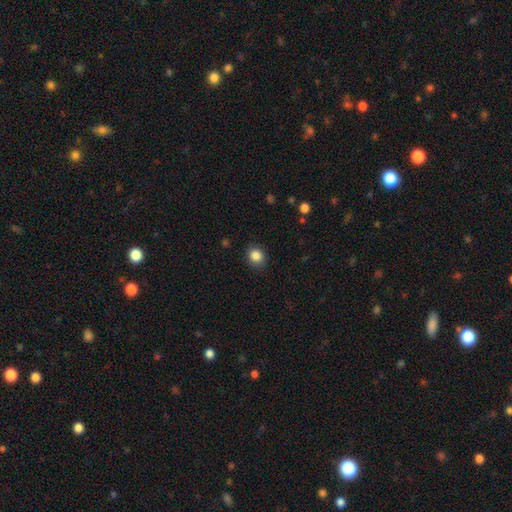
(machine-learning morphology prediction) This is clearly a smooth galaxy (86%). How rounded: likely round (70%). Merging: clearly none (87%).